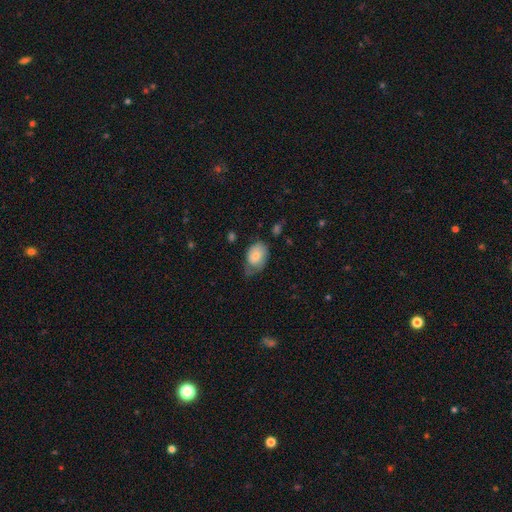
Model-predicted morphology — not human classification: smooth_or_featured: smooth (p=0.76) [alt: featured or disk p=0.17]
how_rounded: in between (p=0.85) [alt: round p=0.14]
merging: none (p=0.41) [alt: minor disturbance p=0.40]